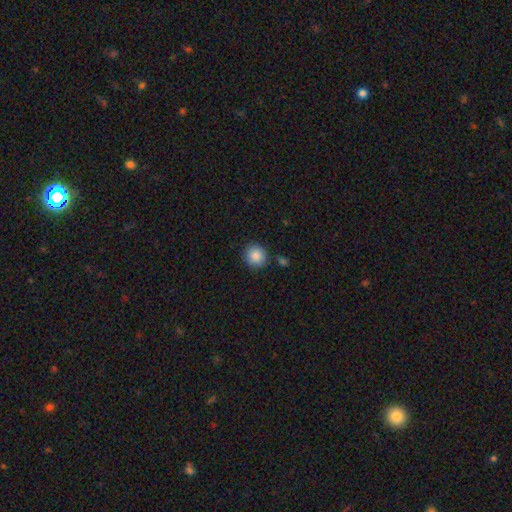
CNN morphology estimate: Smooth or featured? Predicted: smooth (p=0.88). How rounded? Predicted: round (p=0.88). Merging? Predicted: none (p=0.86).